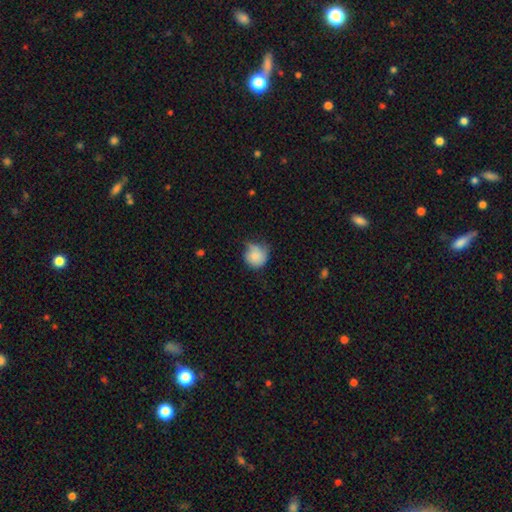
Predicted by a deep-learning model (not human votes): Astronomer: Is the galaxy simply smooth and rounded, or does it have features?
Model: smooth — 80%.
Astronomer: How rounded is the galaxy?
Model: round — 83%.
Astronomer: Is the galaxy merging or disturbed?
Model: none — 43% (runner-up: minor disturbance, 40%).